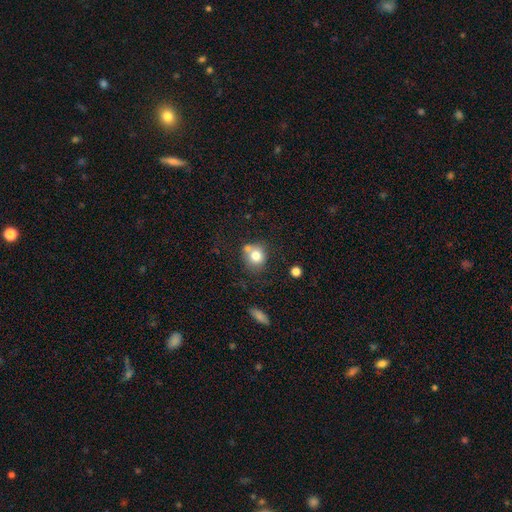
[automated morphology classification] Smooth or featured? smooth (77%)
How rounded? round (81%)
Merging? none (57%)